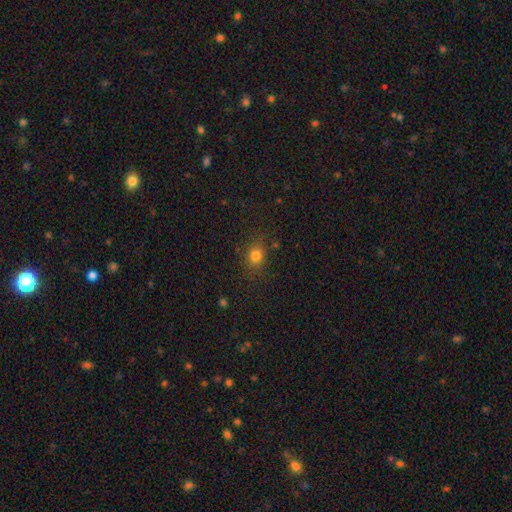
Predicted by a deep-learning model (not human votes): Morphology: type=smooth (78%); roundness=round (69%); merging=none (81%).